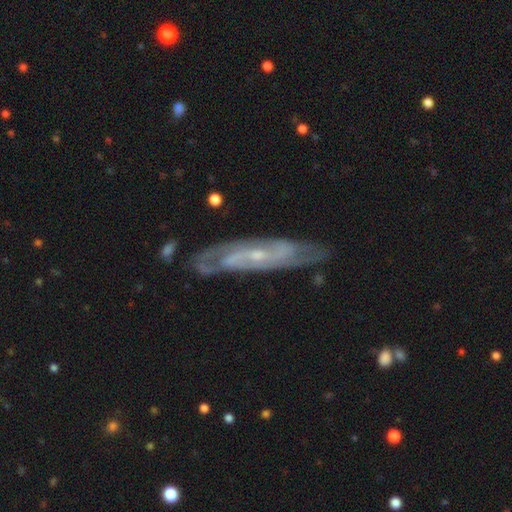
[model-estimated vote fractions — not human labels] smooth-or-featured: featured or disk: 82% | smooth: 11% | star or artifact: 7%
  disk-edge-on: no: 70% | yes: 30%
    bar: no: 61% | weak: 30% | strong: 9%
    has-spiral-arms: yes: 91% | no: 9%
      spiral-winding: tight: 60% | medium: 32% | loose: 8%
      spiral-arm-count: can't tell: 42% | 2: 35% | 3: 10% | 4: 5% | 1: 4% | more than 4: 4%
    bulge-size: small: 78% | moderate: 16% | none: 4% | large: 1% | dominant: 1%
  merging: none: 78% | minor disturbance: 15% | major disturbance: 4% | merger: 2%